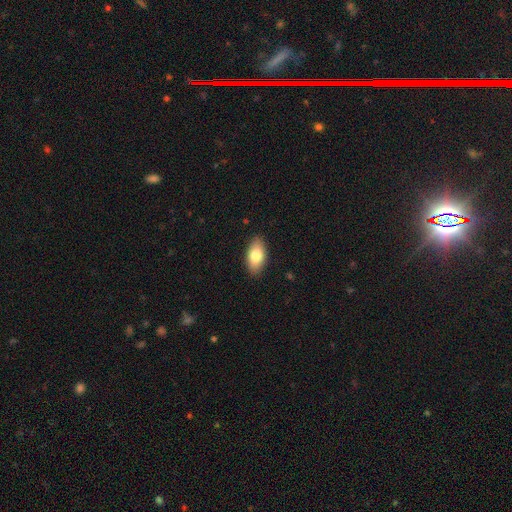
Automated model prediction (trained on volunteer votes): Smooth or featured?
  - smooth: 80% *
  - featured or disk: 13%
  - star or artifact: 6%
How rounded?
  - in between: 92% *
  - cigar-shaped: 4%
  - round: 4%
Merging?
  - none: 88% *
  - minor disturbance: 9%
  - major disturbance: 2%
  - merger: 1%